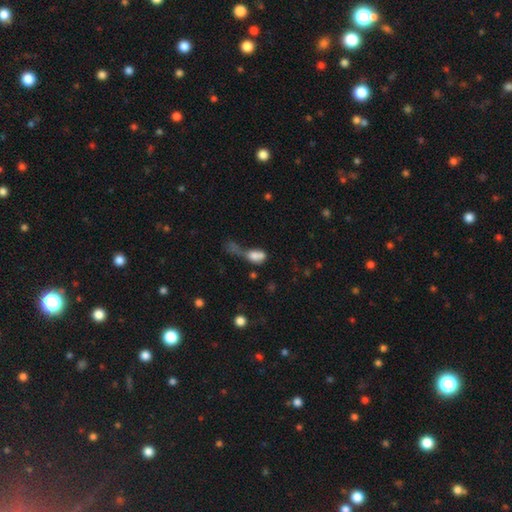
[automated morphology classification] Smooth or featured: smooth — 69% (featured or disk — 19%)
How rounded: in between — 74% (round — 20%)
Merging: merger — 40% (major disturbance — 35%)